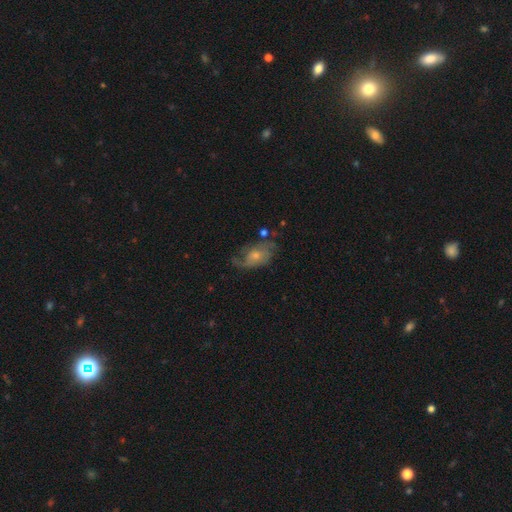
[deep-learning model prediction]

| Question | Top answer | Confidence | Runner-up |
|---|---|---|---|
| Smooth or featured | featured or disk | 67% | smooth (26%) |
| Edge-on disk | no | 96% | yes (4%) |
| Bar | no | 74% | weak (22%) |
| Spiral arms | yes | 82% | no (18%) |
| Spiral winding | loose | 41% | medium (39%) |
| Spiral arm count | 2 | 52% | can't tell (23%) |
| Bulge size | small | 56% | moderate (36%) |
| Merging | none | 49% | minor disturbance (24%) |